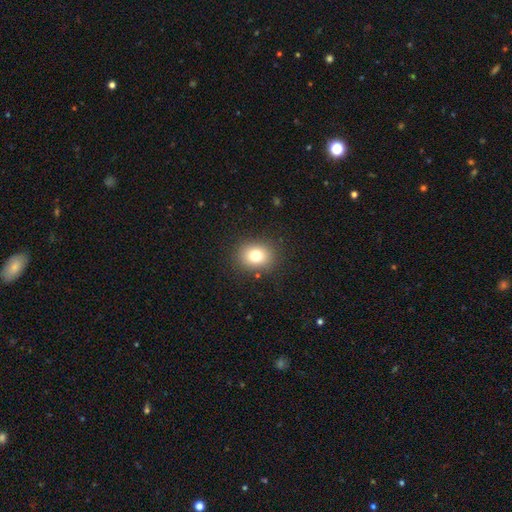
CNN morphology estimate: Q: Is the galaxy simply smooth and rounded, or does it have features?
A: smooth — 78%.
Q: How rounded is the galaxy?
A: round — 62%.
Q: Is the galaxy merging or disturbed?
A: none — 87%.